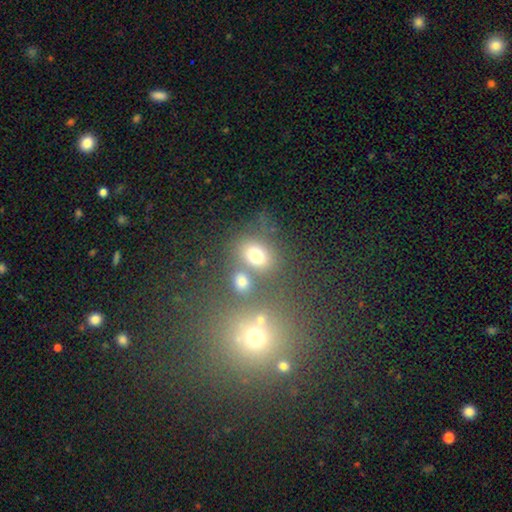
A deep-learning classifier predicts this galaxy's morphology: Smooth or featured: smooth — 70% (star or artifact — 18%)
How rounded: in between — 52% (round — 46%)
Merging: none — 53% (merger — 27%)